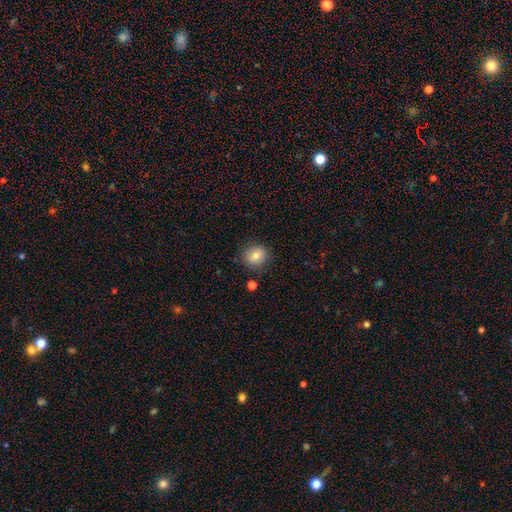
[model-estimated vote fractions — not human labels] Smooth or featured?
  - smooth: 79% *
  - featured or disk: 11%
  - star or artifact: 10%
How rounded?
  - round: 82% *
  - in between: 17%
  - cigar-shaped: 1%
Merging?
  - none: 85% *
  - minor disturbance: 10%
  - major disturbance: 3%
  - merger: 2%